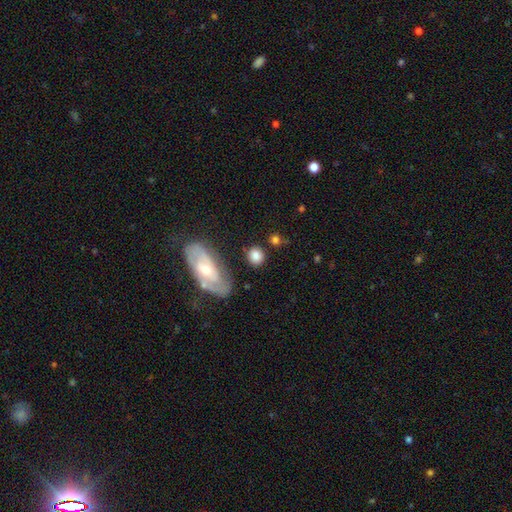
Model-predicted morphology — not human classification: Q: Smooth or featured?
A: smooth (79%); runner-up: featured or disk (13%)
Q: How rounded?
A: round (79%); runner-up: in between (18%)
Q: Merging?
A: none (77%); runner-up: minor disturbance (12%)